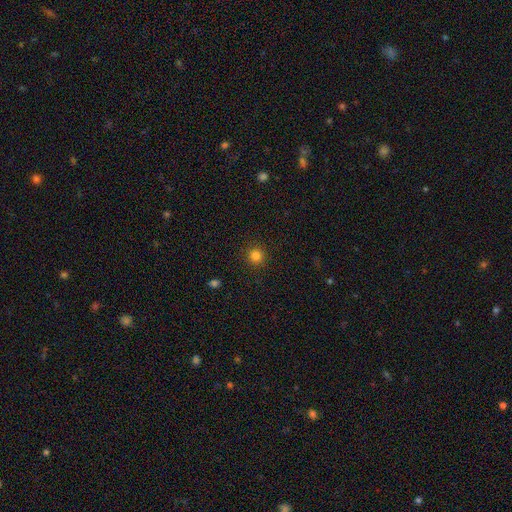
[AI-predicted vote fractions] Overall: smooth (82%). How rounded: round (94%). Merging: none (92%).